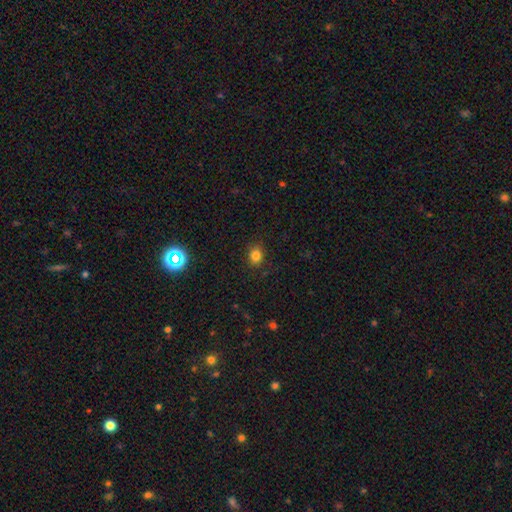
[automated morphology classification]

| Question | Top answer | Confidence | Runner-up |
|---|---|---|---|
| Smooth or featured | smooth | 81% | star or artifact (13%) |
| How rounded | round | 62% | in between (37%) |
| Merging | none | 86% | minor disturbance (10%) |